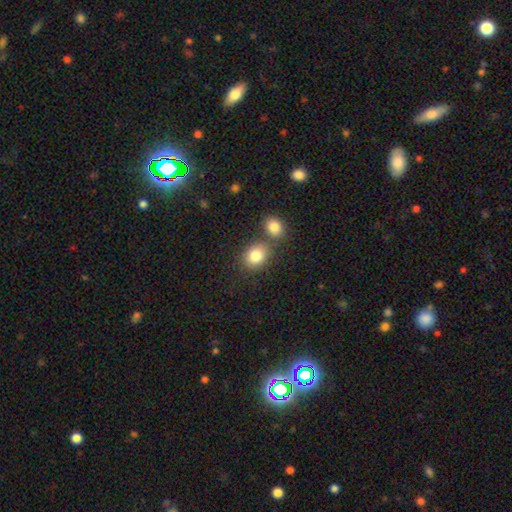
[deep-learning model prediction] Smooth or featured: smooth — 82% (star or artifact — 10%)
How rounded: in between — 52% (round — 47%)
Merging: none — 61% (merger — 26%)